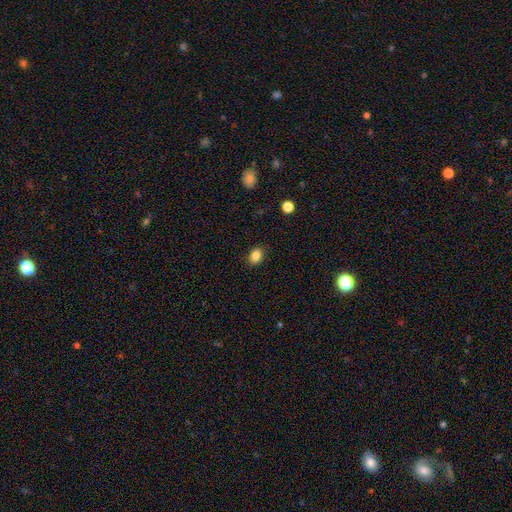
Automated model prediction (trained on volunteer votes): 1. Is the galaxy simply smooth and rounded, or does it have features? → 85% smooth, 10% star or artifact, 5% featured or disk.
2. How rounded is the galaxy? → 65% in between, 33% round, 1% cigar-shaped.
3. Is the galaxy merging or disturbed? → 88% none, 9% minor disturbance, 2% major disturbance, 1% merger.